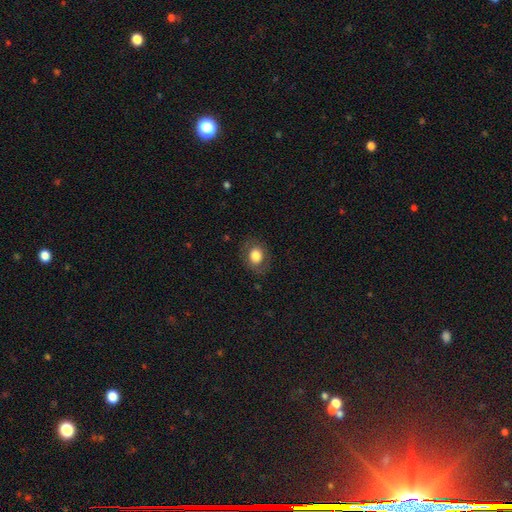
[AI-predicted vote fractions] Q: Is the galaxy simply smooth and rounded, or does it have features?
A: smooth — 78%.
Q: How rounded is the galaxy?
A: in between — 56%.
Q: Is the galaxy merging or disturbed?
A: none — 81%.